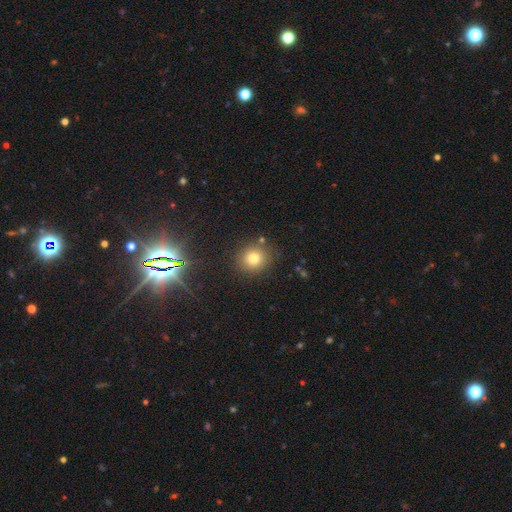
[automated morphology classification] Smooth or featured? smooth (72%)
How rounded? round (88%)
Merging? none (85%)